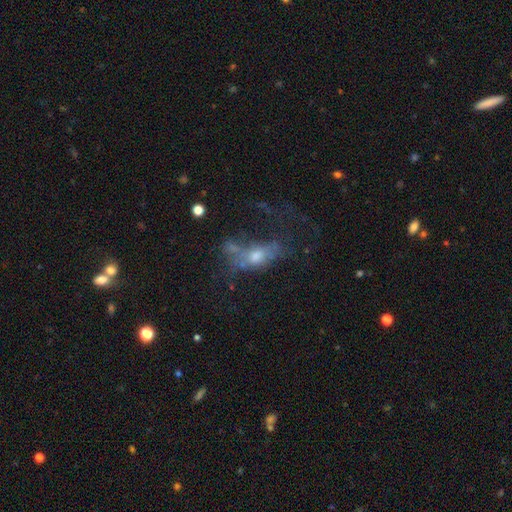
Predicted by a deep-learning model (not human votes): smooth_or_featured: featured or disk (p=0.48) [alt: smooth p=0.34]
merging: major disturbance (p=0.43) [alt: none p=0.28]